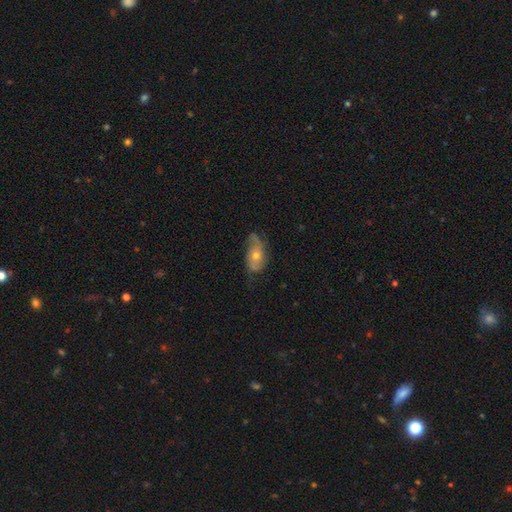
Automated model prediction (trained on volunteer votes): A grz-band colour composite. It shows a featured or disk galaxy (68%) with no bar (76%), 2 (71%) loose (42%) spiral arms (86%) and a moderate central bulge (58%). Merging: none (62%).